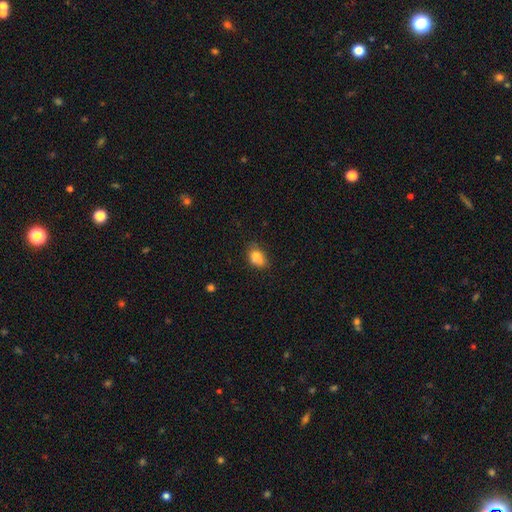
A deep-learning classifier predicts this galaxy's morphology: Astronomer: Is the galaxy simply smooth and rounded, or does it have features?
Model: smooth — 72%.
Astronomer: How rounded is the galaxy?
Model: in between — 66%.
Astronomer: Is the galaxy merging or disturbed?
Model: none — 39% (runner-up: merger, 33%).